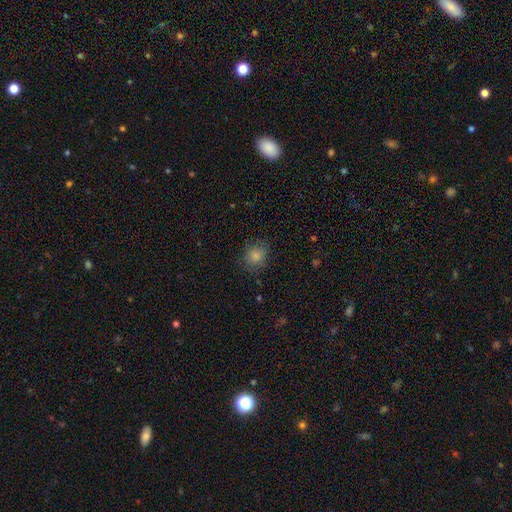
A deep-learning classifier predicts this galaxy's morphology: The model was most divided on "how rounded": round: 76%, in between: 23%, cigar-shaped: 1%. More confident: smooth or featured — smooth (84%); merging — none (80%).